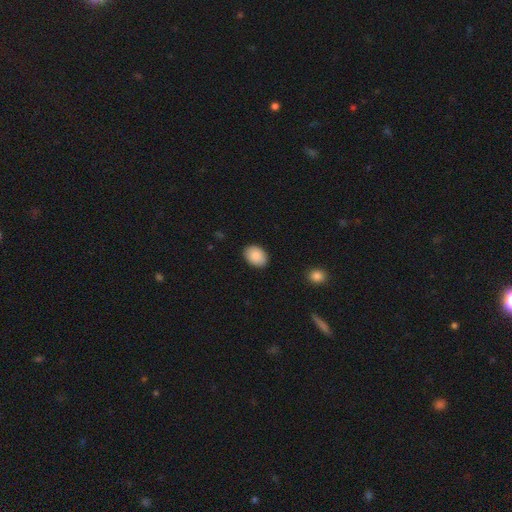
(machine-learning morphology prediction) This is clearly a smooth galaxy (88%). How rounded: likely in between (75%). Merging: clearly none (90%).